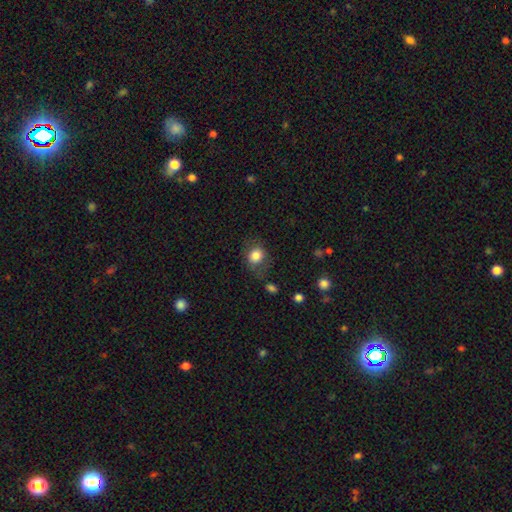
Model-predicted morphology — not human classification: This is clearly a smooth galaxy (82%). How rounded: likely round (62%). Merging: likely none (66%).